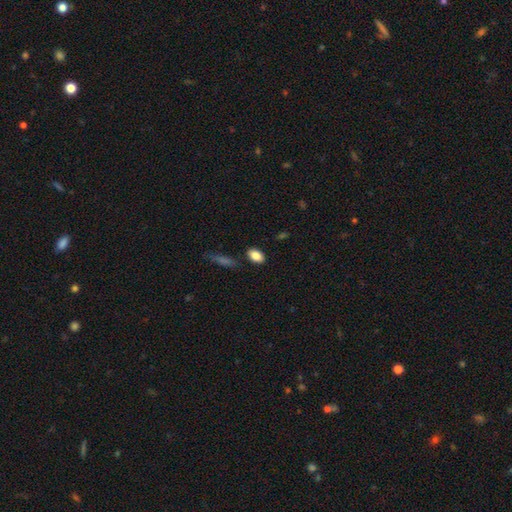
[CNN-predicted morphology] smooth_or_featured: smooth (p=0.85) [alt: star or artifact p=0.08]
how_rounded: in between (p=0.87) [alt: round p=0.11]
merging: none (p=0.84) [alt: minor disturbance p=0.10]